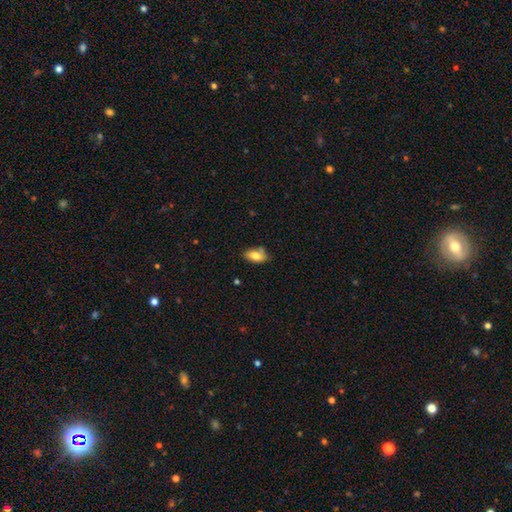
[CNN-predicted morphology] smooth-or-featured: smooth: 78% | featured or disk: 15% | star or artifact: 8%
  how-rounded: in between: 91% | round: 6% | cigar-shaped: 3%
  merging: none: 62% | minor disturbance: 26% | merger: 6% | major disturbance: 5%